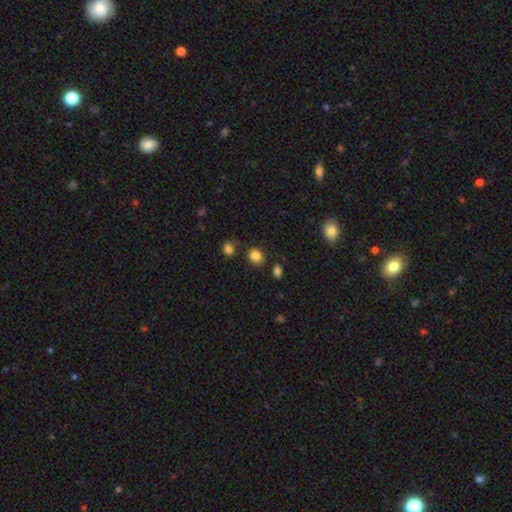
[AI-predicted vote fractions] Morphology: type=smooth (84%); roundness=round (72%); merging=none (79%).